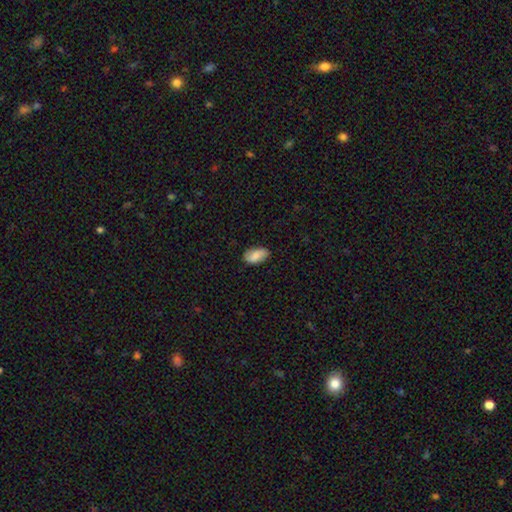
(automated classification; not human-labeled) smooth_or_featured: smooth (p=0.75) [alt: featured or disk p=0.18]
how_rounded: in between (p=0.93) [alt: round p=0.05]
merging: none (p=0.79) [alt: minor disturbance p=0.16]